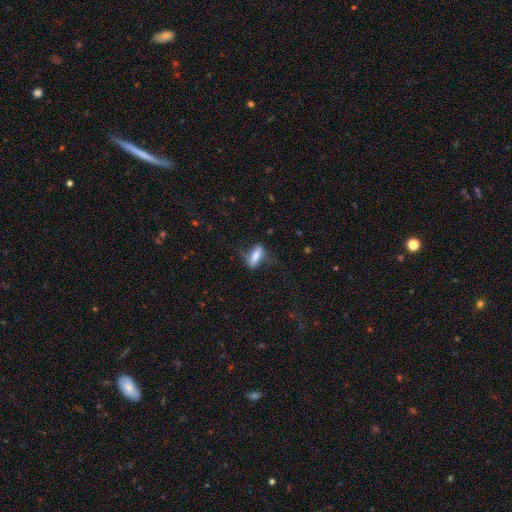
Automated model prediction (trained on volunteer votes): This is possibly a smooth galaxy (60%). How rounded: likely in between (68%). Merging: likely none (64%).